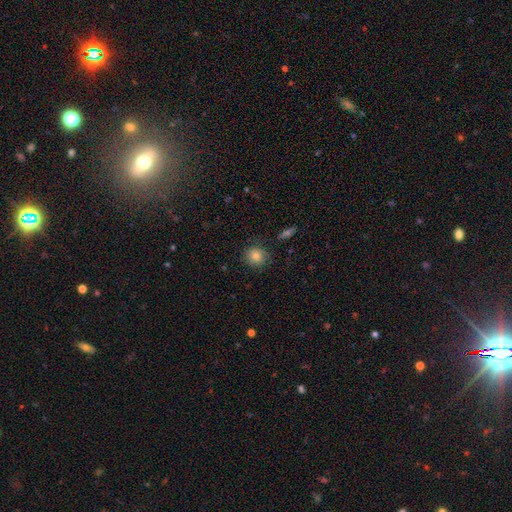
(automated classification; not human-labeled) Smooth or featured? smooth (80%)
How rounded? round (86%)
Merging? none (83%)